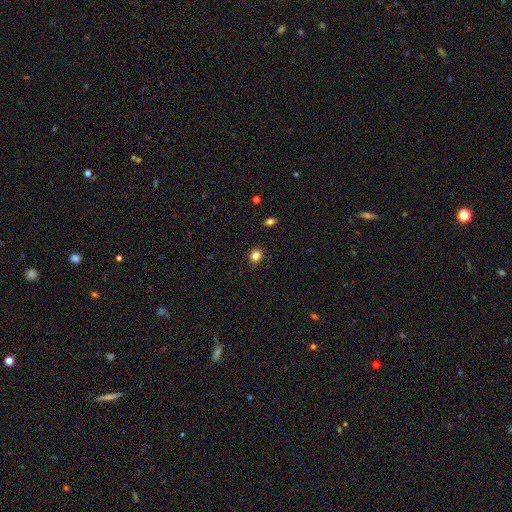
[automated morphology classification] Smooth or featured: smooth — 82% (star or artifact — 12%)
How rounded: round — 75% (in between — 24%)
Merging: none — 90% (minor disturbance — 7%)